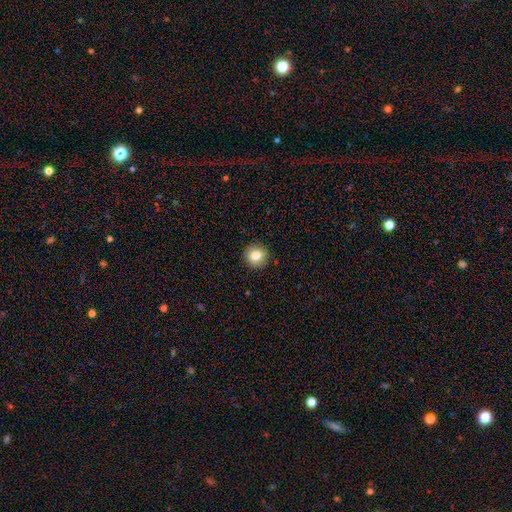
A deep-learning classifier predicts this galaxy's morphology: A smooth galaxy with no disk features (81%) that is round (94%).

Vote fractions:
- Smooth or featured? smooth: 81% / star or artifact: 9% / featured or disk: 9%
- How rounded? round: 94% / in between: 5% / cigar-shaped: 1%
- Merging? none: 92% / minor disturbance: 5% / major disturbance: 2% / merger: 1%